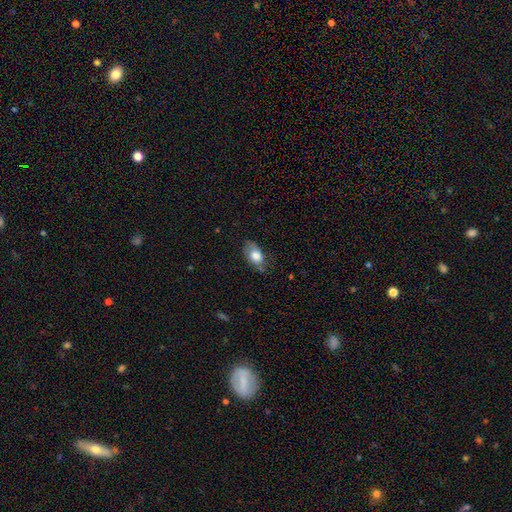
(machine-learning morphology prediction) Smooth or featured?
  - smooth: 77% *
  - featured or disk: 16%
  - star or artifact: 7%
How rounded?
  - in between: 89% *
  - round: 9%
  - cigar-shaped: 2%
Merging?
  - none: 57% *
  - minor disturbance: 32%
  - major disturbance: 9%
  - merger: 2%